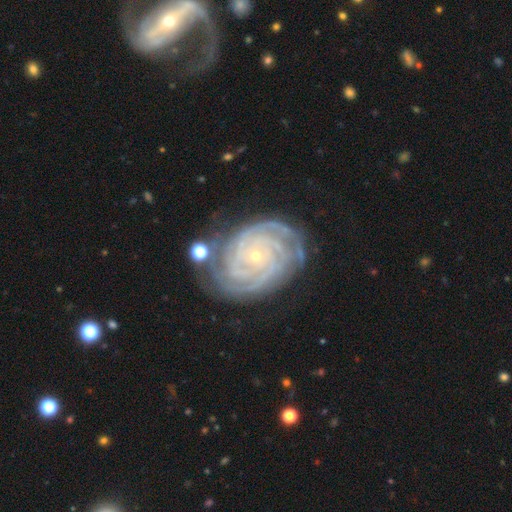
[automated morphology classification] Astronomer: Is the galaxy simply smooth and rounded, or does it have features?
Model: featured or disk — 92%.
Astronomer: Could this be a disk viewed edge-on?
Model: no — 98%.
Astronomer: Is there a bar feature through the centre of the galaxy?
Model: no — 77%.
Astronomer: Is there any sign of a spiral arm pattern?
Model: yes — 99%.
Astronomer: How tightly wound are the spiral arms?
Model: tight — 86%.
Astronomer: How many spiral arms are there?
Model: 4 — 29% (runner-up: 3, 20%).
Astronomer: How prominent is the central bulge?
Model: small — 87%.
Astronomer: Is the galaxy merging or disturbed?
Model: none — 73%.